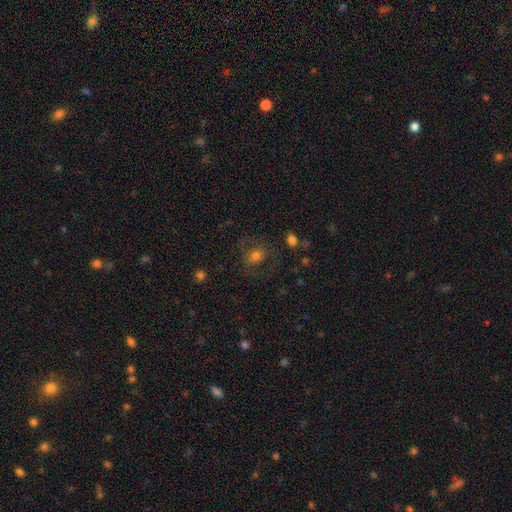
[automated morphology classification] Smooth or featured? Predicted: smooth (p=0.60). How rounded? Predicted: round (p=0.58). Merging? Predicted: none (p=0.71).